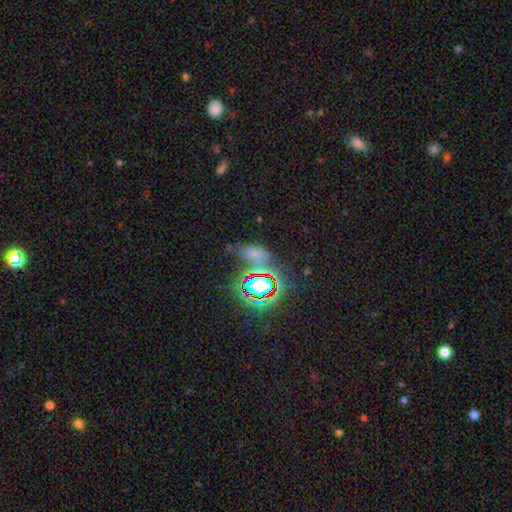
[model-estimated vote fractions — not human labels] Smooth or featured? Predicted: star or artifact (p=0.50).